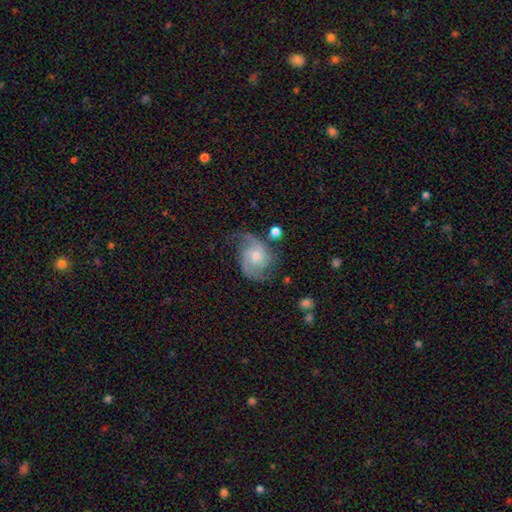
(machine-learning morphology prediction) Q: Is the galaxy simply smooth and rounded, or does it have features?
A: featured or disk — 83%.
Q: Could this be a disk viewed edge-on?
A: no — 98%.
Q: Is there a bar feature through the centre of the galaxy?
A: no — 69%.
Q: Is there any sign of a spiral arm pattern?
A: yes — 96%.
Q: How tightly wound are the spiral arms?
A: medium — 49%.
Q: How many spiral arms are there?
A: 2 — 72%.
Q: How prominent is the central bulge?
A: small — 53%.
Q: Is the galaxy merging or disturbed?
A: none — 62%.